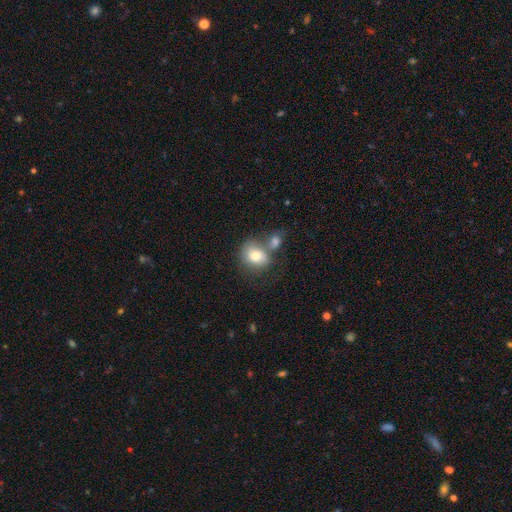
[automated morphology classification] Smooth or featured? Predicted: smooth (p=0.77). How rounded? Predicted: round (p=0.50). Merging? Predicted: merger (p=0.41).